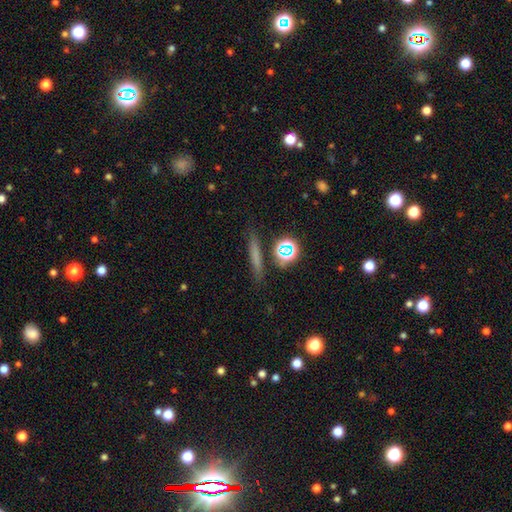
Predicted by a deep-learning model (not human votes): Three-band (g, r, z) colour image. It shows a smooth galaxy with no disk features (61%) that is cigar-shaped (82%). Merging: none (83%).